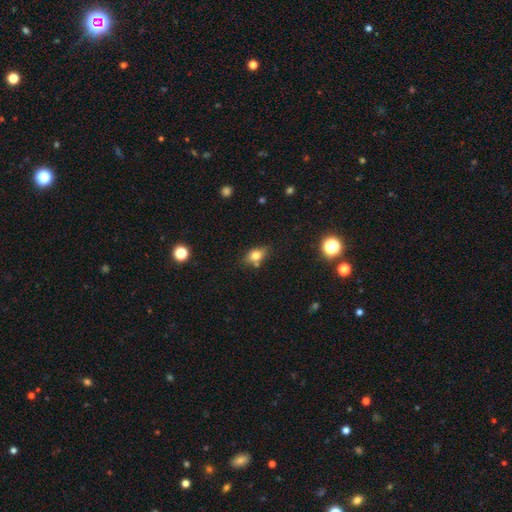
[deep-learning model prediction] smooth 74%, featured or disk 15%, star or artifact 11%. Down the decision tree: how rounded — in between (73%); merging — none (68%).